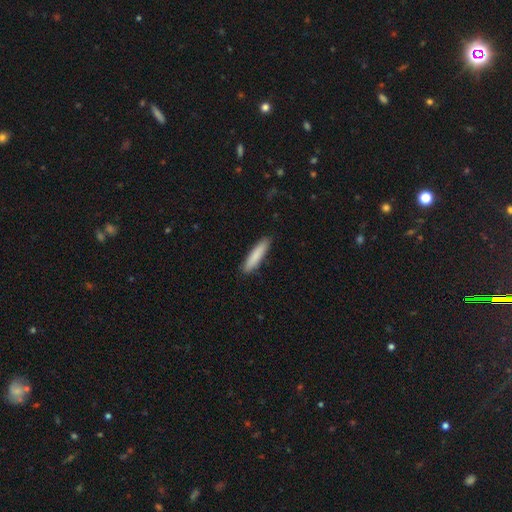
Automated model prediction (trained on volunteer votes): Morphology: type=smooth (85%); roundness=cigar-shaped (86%); merging=none (90%).